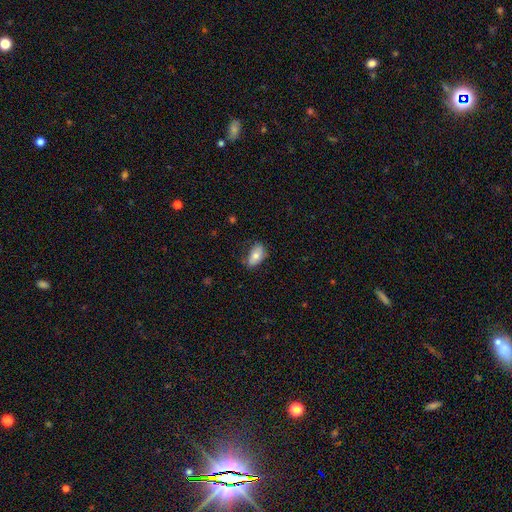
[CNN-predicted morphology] smooth-or-featured: smooth: 73% | featured or disk: 20% | star or artifact: 8%
  how-rounded: in between: 91% | round: 6% | cigar-shaped: 3%
  merging: none: 65% | minor disturbance: 27% | major disturbance: 7% | merger: 2%